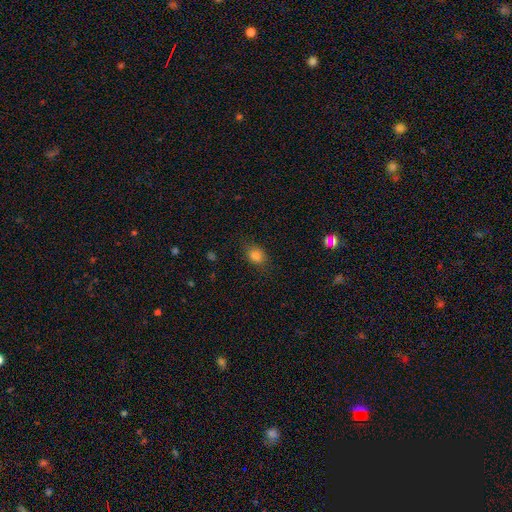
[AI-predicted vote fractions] Q: Smooth or featured?
A: smooth (80%); runner-up: star or artifact (13%)
Q: How rounded?
A: in between (56%); runner-up: round (43%)
Q: Merging?
A: none (80%); runner-up: minor disturbance (15%)